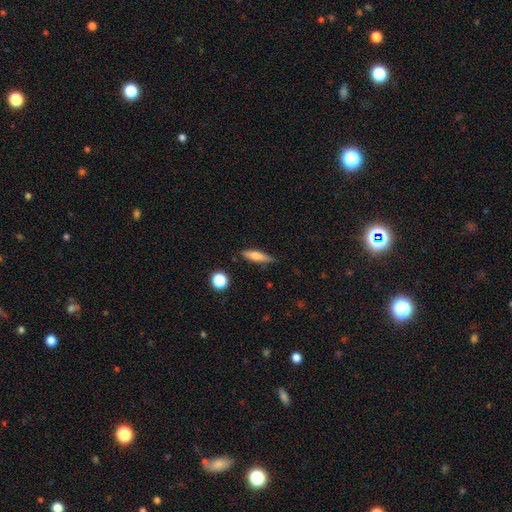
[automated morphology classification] Smooth or featured?
  - smooth: 62% *
  - featured or disk: 31%
  - star or artifact: 8%
How rounded?
  - cigar-shaped: 68% *
  - in between: 29%
  - round: 3%
Merging?
  - none: 80% *
  - minor disturbance: 15%
  - major disturbance: 3%
  - merger: 2%